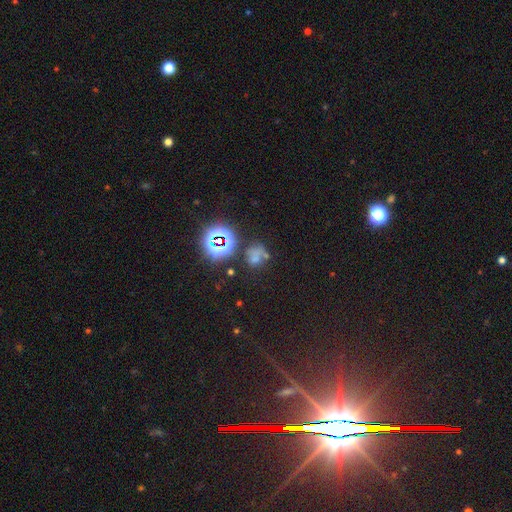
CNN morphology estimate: type=smooth (45%); merging=none (45%).